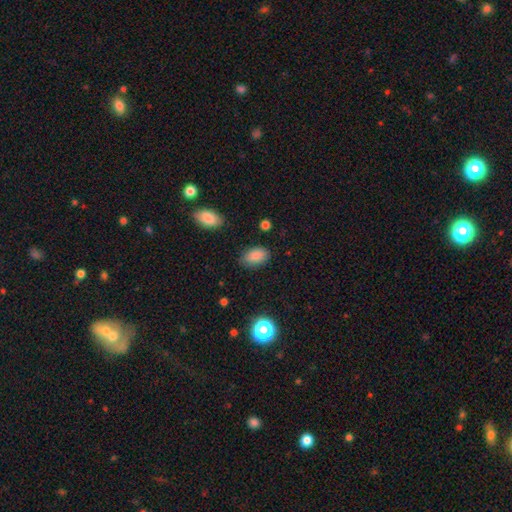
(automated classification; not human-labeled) This appears to be a smooth galaxy with no disk features (87%) that is in between round and cigar-shaped (91%). Merging: none (81%).